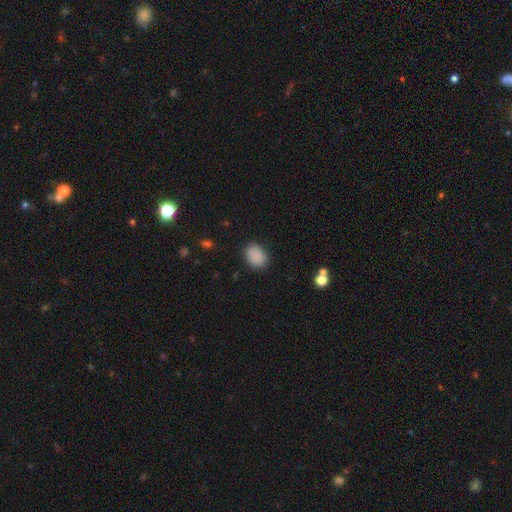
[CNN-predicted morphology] Smooth or featured? Predicted: smooth (p=0.88). How rounded? Predicted: in between (p=0.68). Merging? Predicted: none (p=0.87).